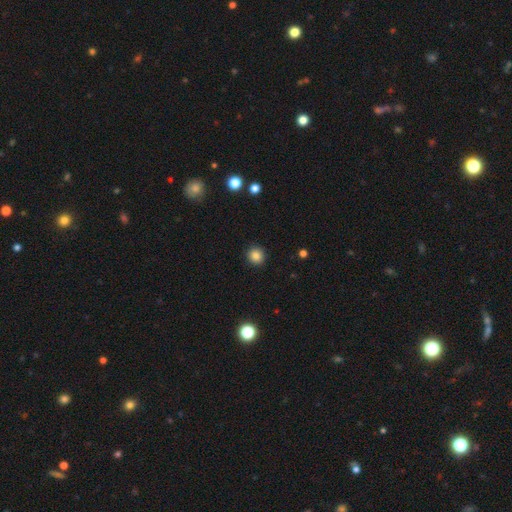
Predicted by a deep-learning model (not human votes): Smooth or featured? Predicted: smooth (p=0.84). How rounded? Predicted: round (p=0.91). Merging? Predicted: none (p=0.92).